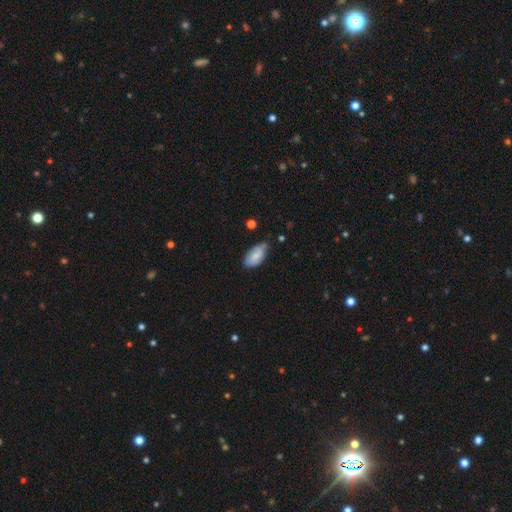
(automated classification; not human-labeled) A smooth galaxy with no disk features (76%) that is in between round and cigar-shaped (94%). Merging: none (61%).